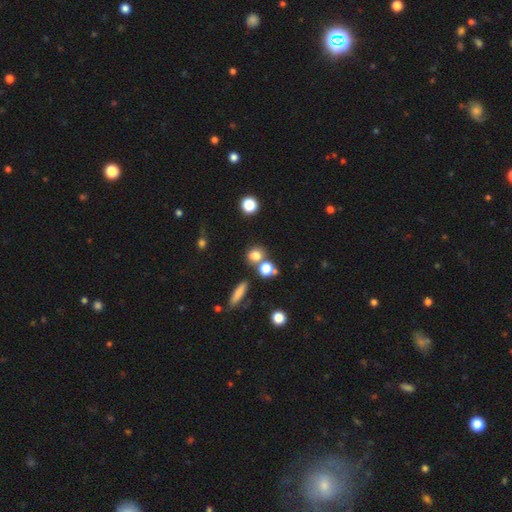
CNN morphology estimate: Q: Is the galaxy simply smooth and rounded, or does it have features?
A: smooth — 76%.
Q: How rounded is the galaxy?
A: round — 68%.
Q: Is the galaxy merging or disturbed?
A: none — 56%.